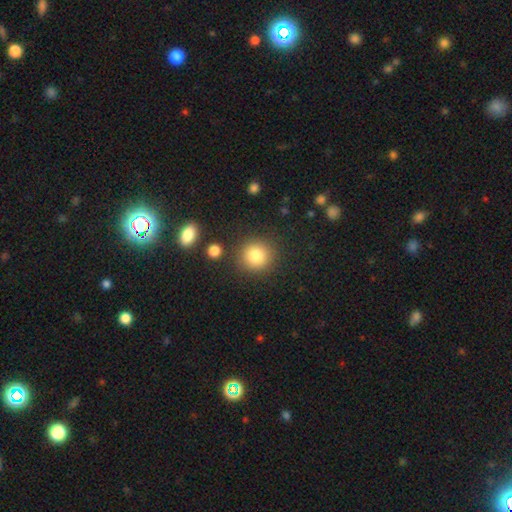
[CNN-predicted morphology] type=smooth (84%); roundness=round (91%); merging=none (86%).